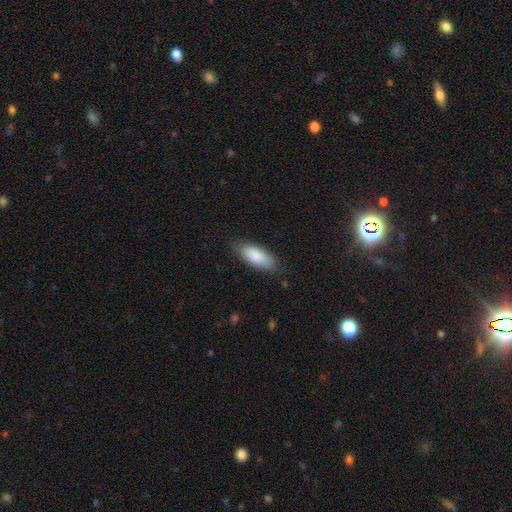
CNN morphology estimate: Overall: smooth (86%). How rounded: in between (79%). Merging: none (82%).